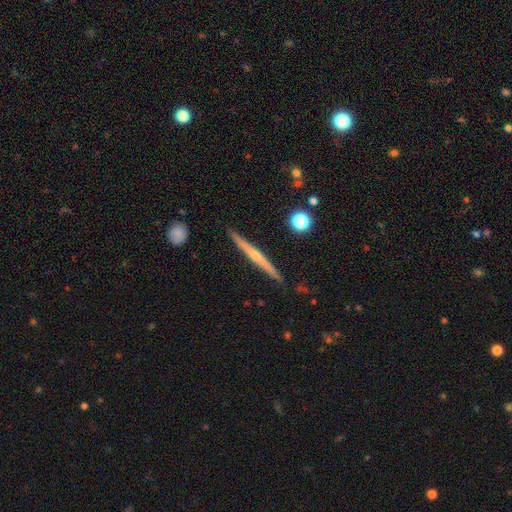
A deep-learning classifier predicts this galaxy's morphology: type=featured or disk (71%); edge-on=yes (98%); edge-on bulge=rounded (69%); merging=none (89%).